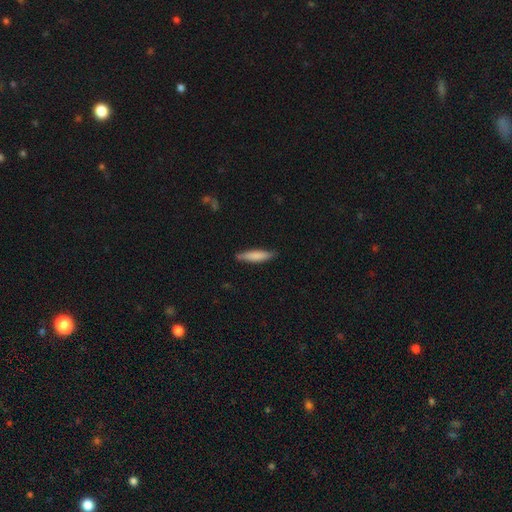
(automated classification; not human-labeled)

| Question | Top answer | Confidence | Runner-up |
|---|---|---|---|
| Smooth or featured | smooth | 77% | featured or disk (18%) |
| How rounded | cigar-shaped | 81% | in between (18%) |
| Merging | none | 82% | minor disturbance (14%) |